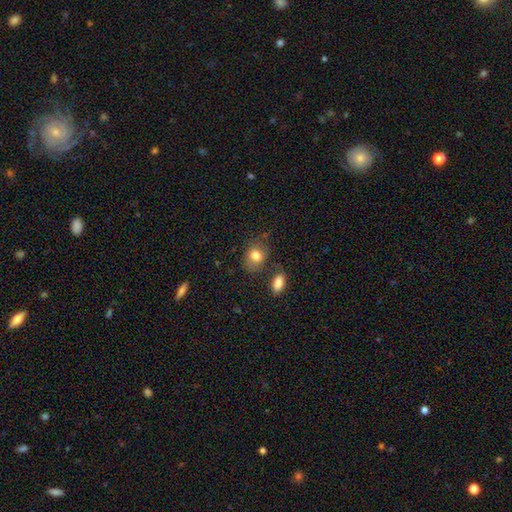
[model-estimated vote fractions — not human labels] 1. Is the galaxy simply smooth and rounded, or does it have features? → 81% smooth, 10% featured or disk, 9% star or artifact.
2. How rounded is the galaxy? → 53% in between, 46% round, 1% cigar-shaped.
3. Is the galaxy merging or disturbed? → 70% none, 18% minor disturbance, 7% merger, 5% major disturbance.